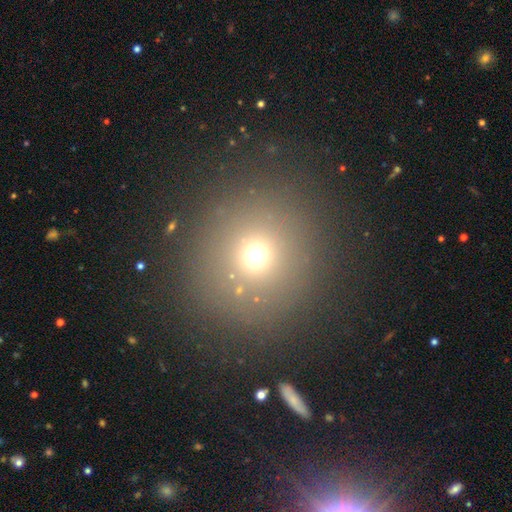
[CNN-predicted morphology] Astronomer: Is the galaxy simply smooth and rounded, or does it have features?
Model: smooth — 65%.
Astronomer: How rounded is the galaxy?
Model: round — 93%.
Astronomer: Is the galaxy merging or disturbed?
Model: none — 85%.